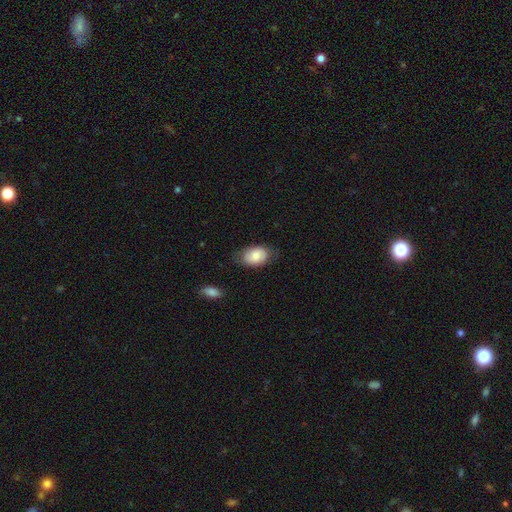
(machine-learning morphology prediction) This is likely a smooth galaxy (76%). How rounded: clearly in between (85%). Merging: likely none (71%).